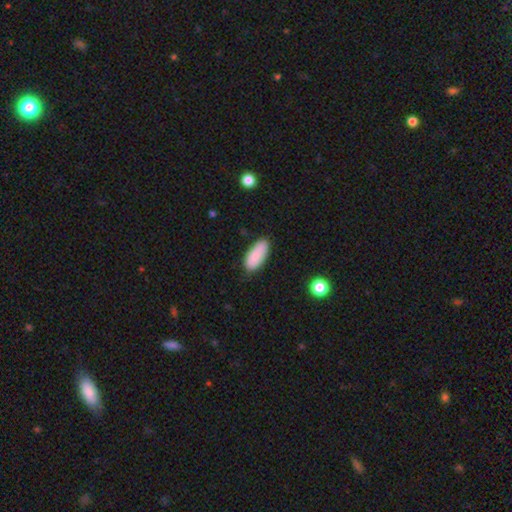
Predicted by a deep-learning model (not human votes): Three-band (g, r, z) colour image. It shows a smooth galaxy with no disk features (87%) that is in between round and cigar-shaped (87%). Merging: none (79%).